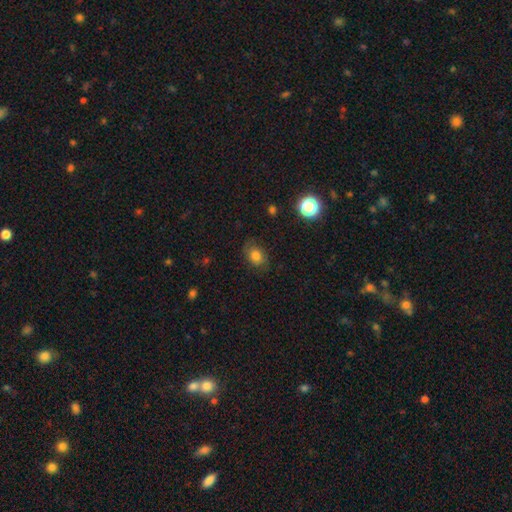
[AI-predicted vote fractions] smooth_or_featured: smooth (p=0.73) [alt: featured or disk p=0.15]
how_rounded: in between (p=0.65) [alt: round p=0.34]
merging: none (p=0.75) [alt: minor disturbance p=0.18]